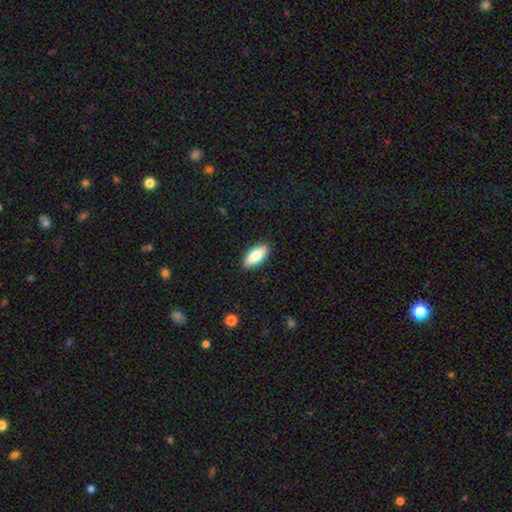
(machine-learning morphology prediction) The model was most divided on "smooth or featured": smooth: 78%, featured or disk: 15%, star or artifact: 6%. More confident: merging — none (89%); how rounded — in between (84%).